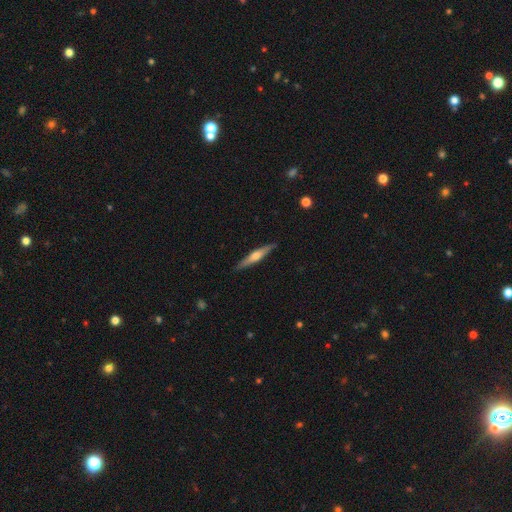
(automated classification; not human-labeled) smooth_or_featured: featured or disk (p=0.58) [alt: smooth p=0.36]
disk_edge_on: yes (p=0.96) [alt: no p=0.04]
edge_on_bulge: rounded (p=0.83) [alt: none p=0.09]
merging: none (p=0.90) [alt: minor disturbance p=0.07]